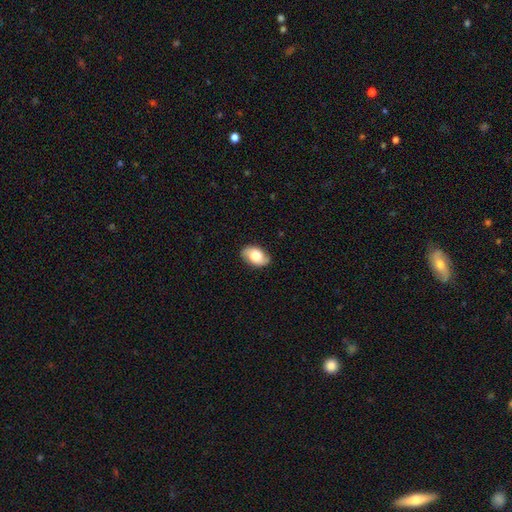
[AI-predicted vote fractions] This is possibly a smooth galaxy (58%). How rounded: clearly in between (90%). Merging: clearly none (80%).